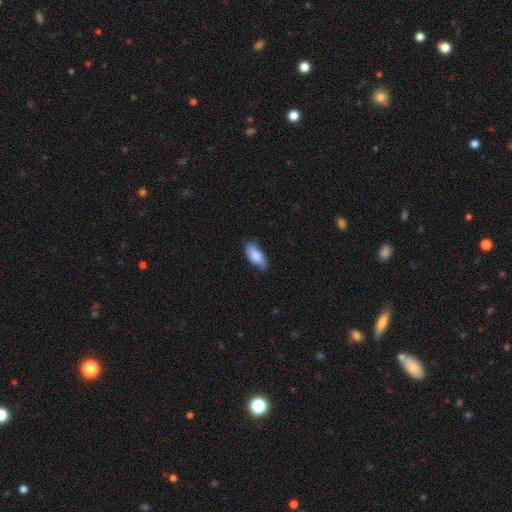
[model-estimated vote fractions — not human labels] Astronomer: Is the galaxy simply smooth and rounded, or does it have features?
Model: smooth — 85%.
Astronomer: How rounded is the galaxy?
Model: in between — 87%.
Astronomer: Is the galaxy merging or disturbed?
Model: none — 75%.